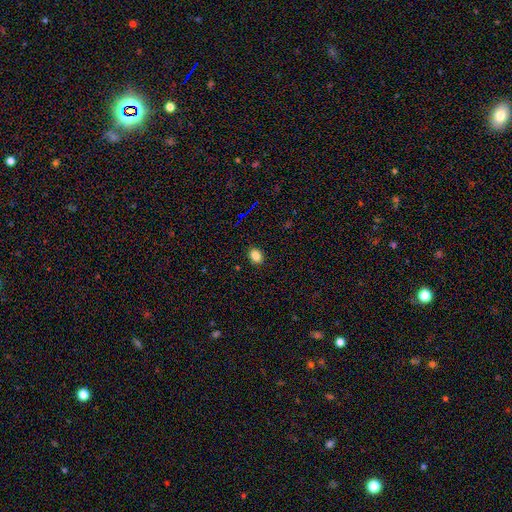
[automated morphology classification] smooth_or_featured: smooth (p=0.84) [alt: star or artifact p=0.11]
how_rounded: in between (p=0.62) [alt: round p=0.37]
merging: none (p=0.90) [alt: minor disturbance p=0.07]